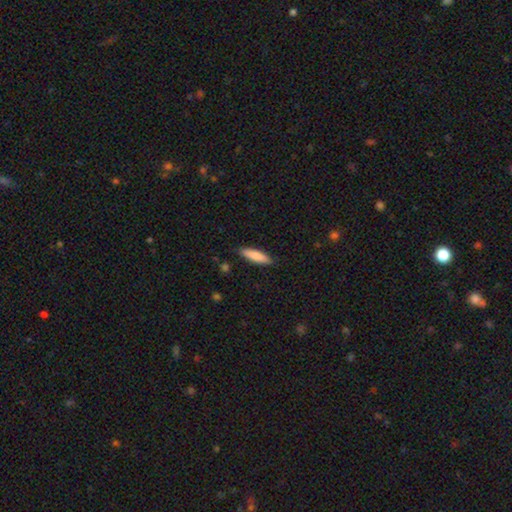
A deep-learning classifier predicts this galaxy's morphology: The model was most divided on "how rounded": cigar-shaped: 65%, in between: 34%, round: 1%. More confident: merging — none (87%); smooth or featured — smooth (82%).